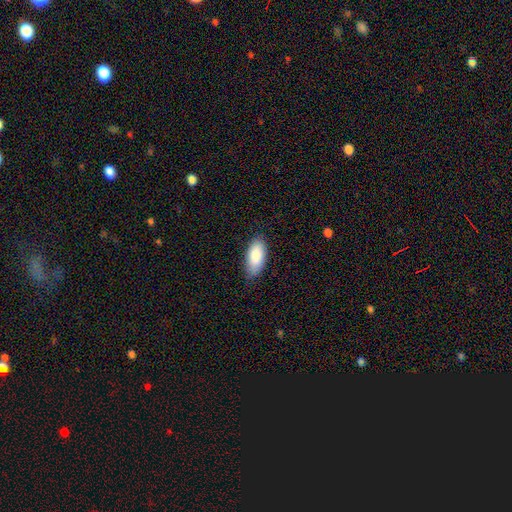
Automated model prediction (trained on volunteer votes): A smooth galaxy with no disk features (87%) that is in between round and cigar-shaped (88%). Merging: none (82%).